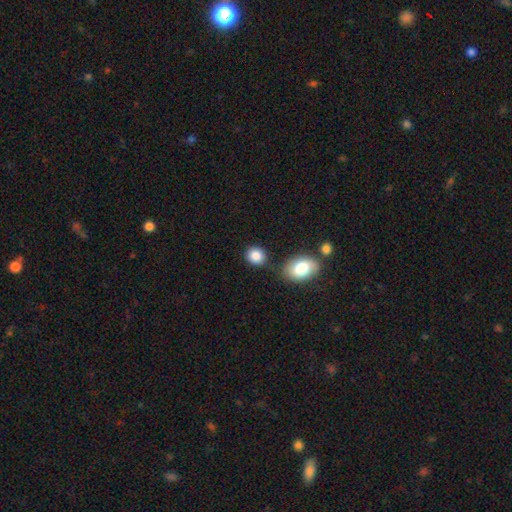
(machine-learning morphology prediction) smooth-or-featured: smooth: 86% | star or artifact: 9% | featured or disk: 6%
  how-rounded: round: 71% | in between: 27% | cigar-shaped: 1%
  merging: none: 78% | minor disturbance: 11% | merger: 8% | major disturbance: 3%